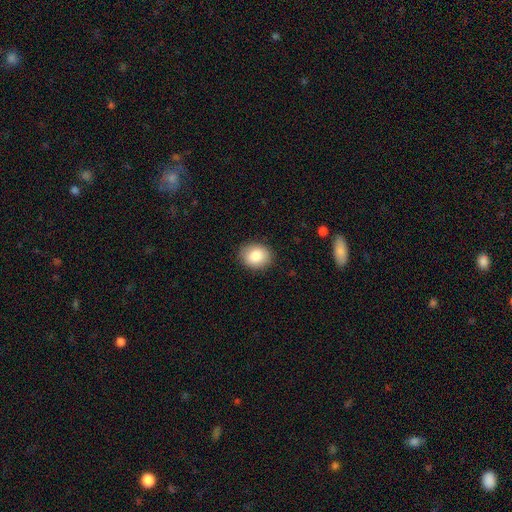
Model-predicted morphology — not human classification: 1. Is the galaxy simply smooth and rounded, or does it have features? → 84% smooth, 8% star or artifact, 8% featured or disk.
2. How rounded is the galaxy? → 55% round, 44% in between, 1% cigar-shaped.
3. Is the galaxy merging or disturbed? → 88% none, 9% minor disturbance, 2% major disturbance, 1% merger.